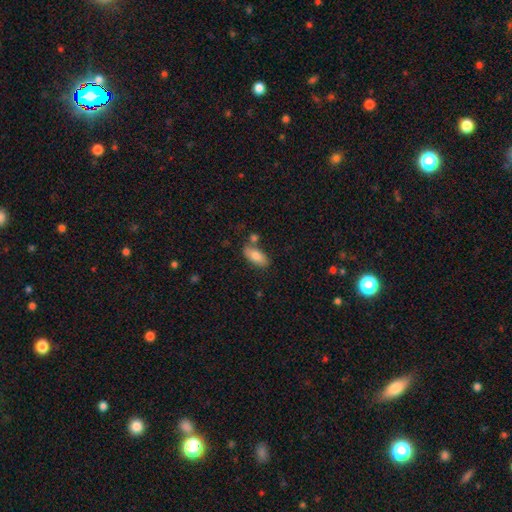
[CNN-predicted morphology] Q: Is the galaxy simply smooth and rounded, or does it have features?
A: smooth — 81%.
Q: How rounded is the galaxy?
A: in between — 87%.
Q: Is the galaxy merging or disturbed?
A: none — 68%.